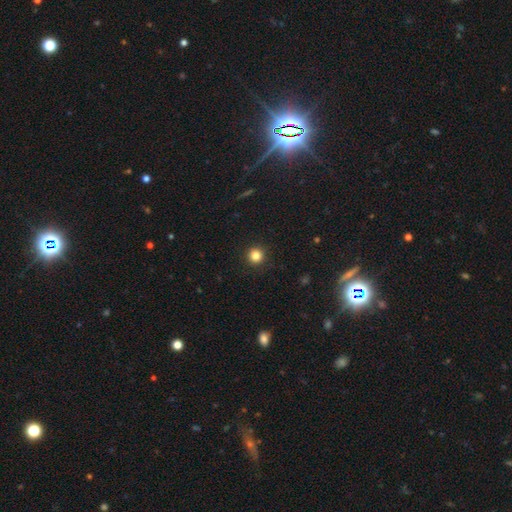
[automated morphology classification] A smooth galaxy with no disk features (83%) that is round (95%).

Vote fractions:
- Smooth or featured? smooth: 83% / star or artifact: 12% / featured or disk: 4%
- How rounded? round: 95% / in between: 4% / cigar-shaped: 1%
- Merging? none: 92% / minor disturbance: 5% / major disturbance: 2% / merger: 1%